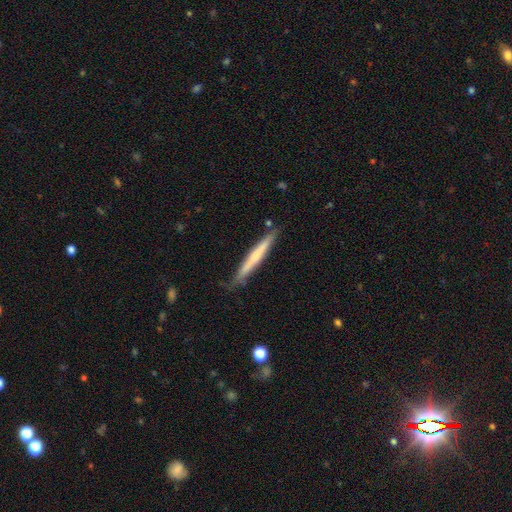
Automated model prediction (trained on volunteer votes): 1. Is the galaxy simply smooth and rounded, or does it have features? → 57% smooth, 38% featured or disk, 5% star or artifact.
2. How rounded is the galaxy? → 96% cigar-shaped, 3% in between, 1% round.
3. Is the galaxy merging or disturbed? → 80% none, 15% minor disturbance, 3% major disturbance, 2% merger.